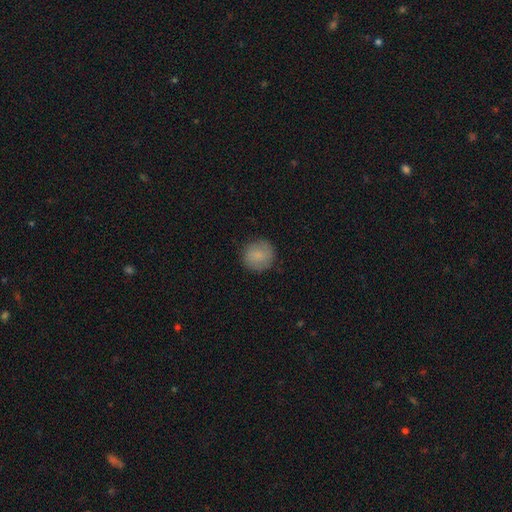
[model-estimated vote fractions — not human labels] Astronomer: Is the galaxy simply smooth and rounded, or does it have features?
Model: smooth — 82%.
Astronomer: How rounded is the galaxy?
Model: round — 93%.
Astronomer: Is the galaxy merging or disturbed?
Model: none — 86%.